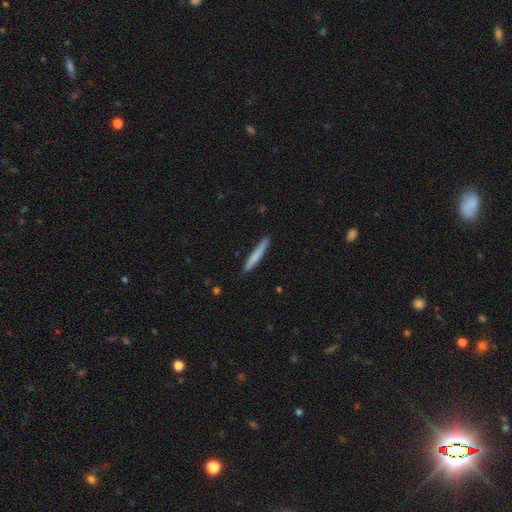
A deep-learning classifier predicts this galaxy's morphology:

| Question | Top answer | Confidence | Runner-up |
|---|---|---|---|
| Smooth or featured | smooth | 74% | featured or disk (21%) |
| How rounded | cigar-shaped | 96% | in between (3%) |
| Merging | none | 89% | minor disturbance (8%) |